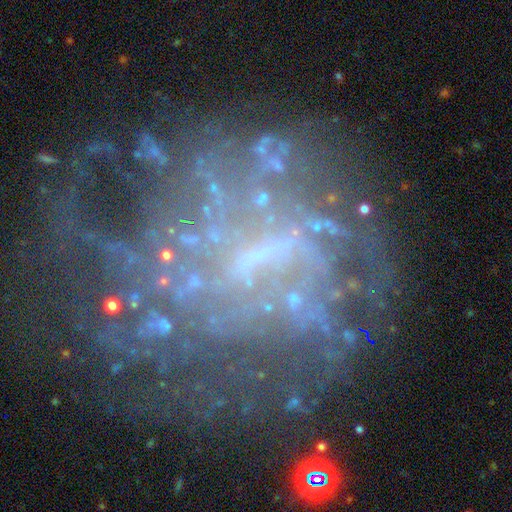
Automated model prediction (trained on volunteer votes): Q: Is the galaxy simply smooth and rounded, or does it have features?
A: featured or disk — 70%.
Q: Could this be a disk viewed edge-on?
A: no — 98%.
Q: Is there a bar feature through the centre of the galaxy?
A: no — 55%.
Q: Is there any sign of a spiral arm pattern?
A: no — 59%.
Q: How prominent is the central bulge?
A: none — 53%.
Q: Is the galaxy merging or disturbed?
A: none — 47%.